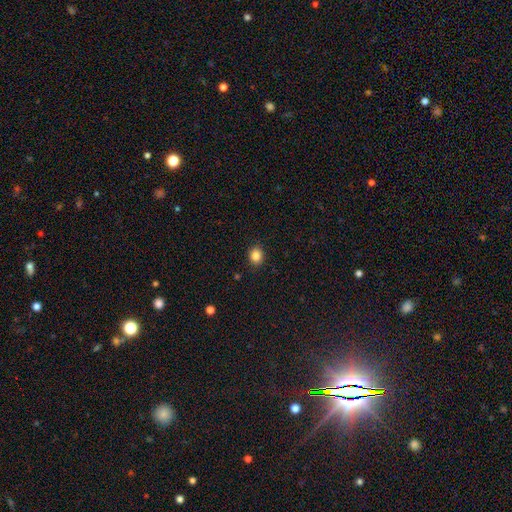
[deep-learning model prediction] This appears to be a smooth galaxy with no disk features (85%) that is round (70%). Merging: none (91%).